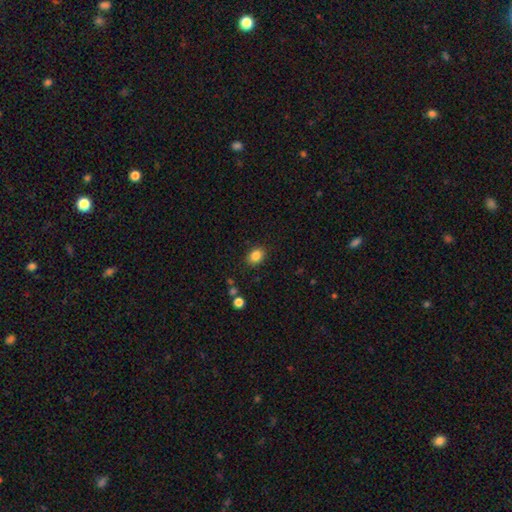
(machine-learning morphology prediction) Smooth or featured?
  - smooth: 85% *
  - star or artifact: 10%
  - featured or disk: 5%
How rounded?
  - in between: 50% *
  - round: 49%
  - cigar-shaped: 1%
Merging?
  - none: 86% *
  - minor disturbance: 10%
  - major disturbance: 3%
  - merger: 2%